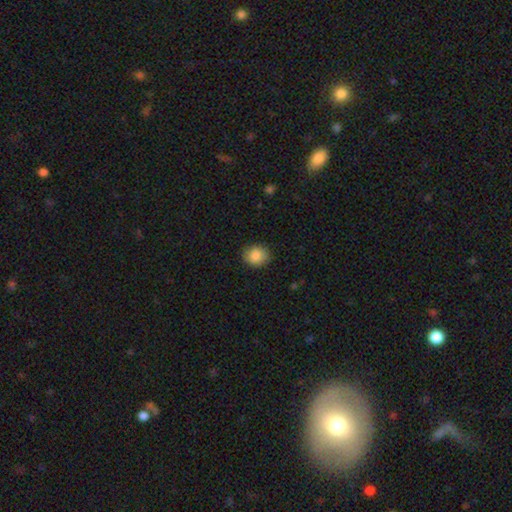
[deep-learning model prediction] A smooth galaxy with no disk features (87%) that is round (70%).

Vote fractions:
- Smooth or featured? smooth: 87% / star or artifact: 8% / featured or disk: 5%
- How rounded? round: 70% / in between: 29% / cigar-shaped: 1%
- Merging? none: 89% / minor disturbance: 8% / major disturbance: 2% / merger: 1%